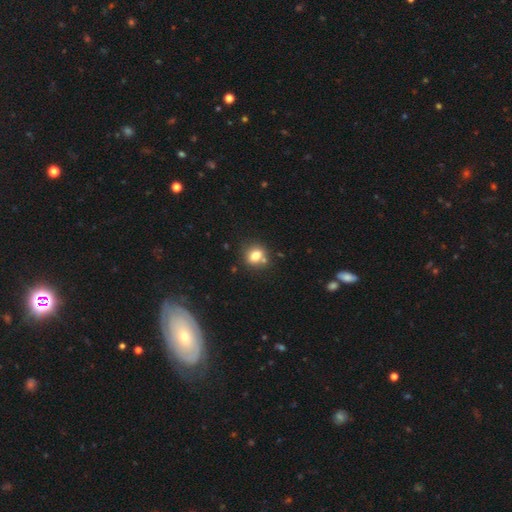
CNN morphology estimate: Smooth or featured: smooth — 77% (featured or disk — 12%)
How rounded: round — 63% (in between — 36%)
Merging: none — 69% (minor disturbance — 14%)